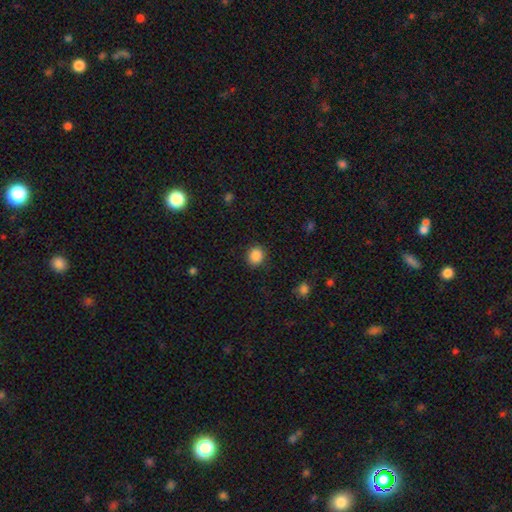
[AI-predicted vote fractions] Q: Smooth or featured?
A: smooth (87%); runner-up: star or artifact (10%)
Q: How rounded?
A: round (78%); runner-up: in between (21%)
Q: Merging?
A: none (89%); runner-up: minor disturbance (7%)